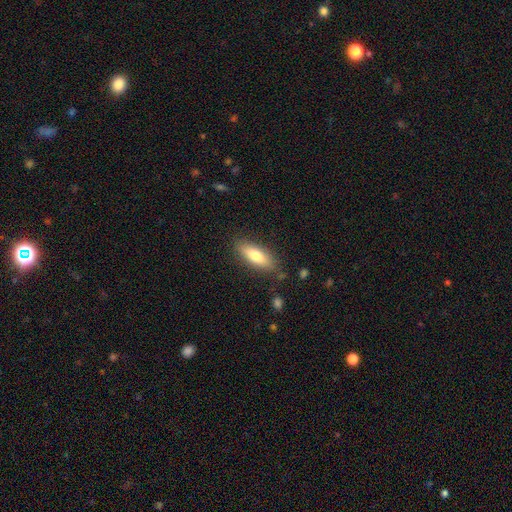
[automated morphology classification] A smooth galaxy with no disk features (71%) that is in between round and cigar-shaped (59%). Merging: none (83%).